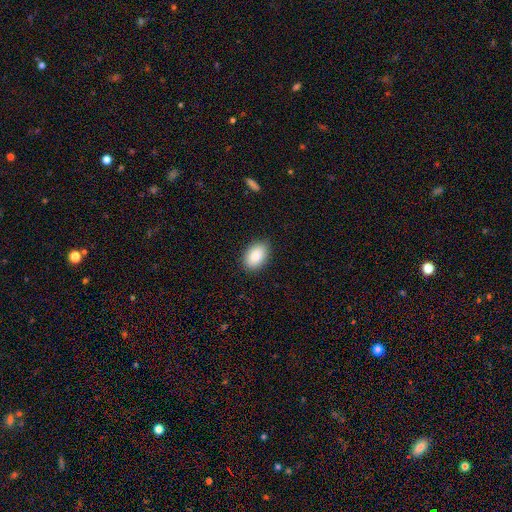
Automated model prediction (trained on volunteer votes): smooth 89%, star or artifact 7%, featured or disk 5%. Down the decision tree: how rounded — in between (90%); merging — none (86%).